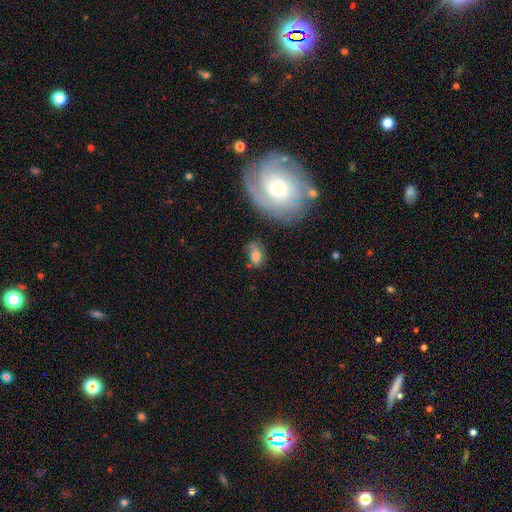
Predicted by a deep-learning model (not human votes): Morphology: type=smooth (68%); roundness=in between (81%); merging=none (50%).